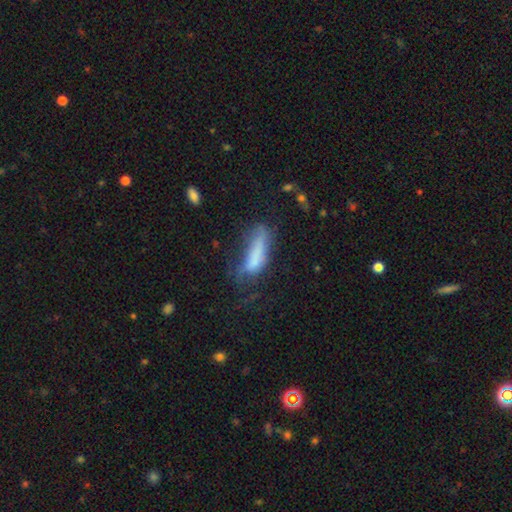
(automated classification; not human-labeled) Smooth or featured? smooth (68%)
How rounded? cigar-shaped (58%)
Merging? major disturbance (35%)